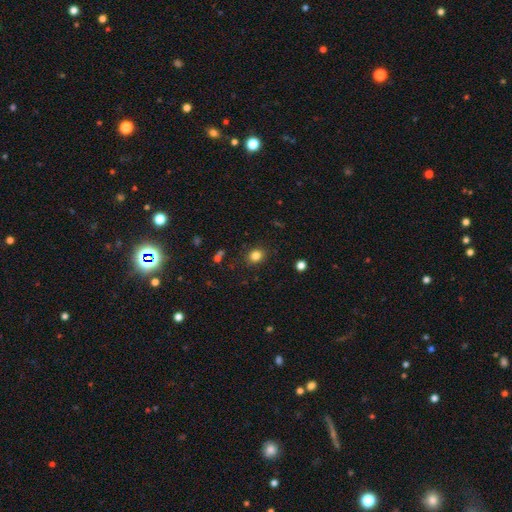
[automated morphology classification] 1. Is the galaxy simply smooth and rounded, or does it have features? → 83% smooth, 12% star or artifact, 5% featured or disk.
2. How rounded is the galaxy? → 64% round, 35% in between, 1% cigar-shaped.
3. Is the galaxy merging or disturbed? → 87% none, 8% minor disturbance, 3% major disturbance, 2% merger.